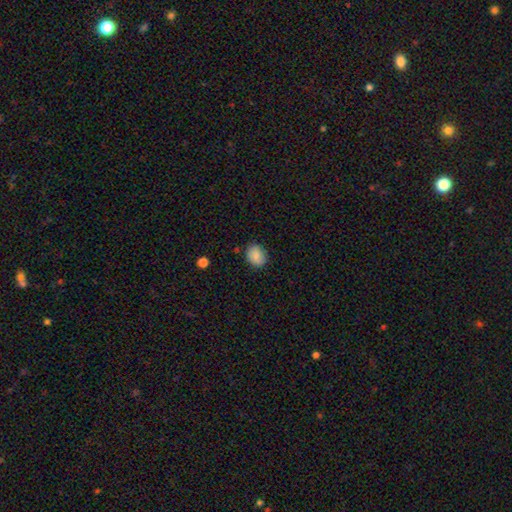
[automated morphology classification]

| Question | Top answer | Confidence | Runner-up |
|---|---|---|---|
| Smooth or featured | smooth | 87% | star or artifact (8%) |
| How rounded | round | 54% | in between (45%) |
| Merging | none | 84% | minor disturbance (12%) |